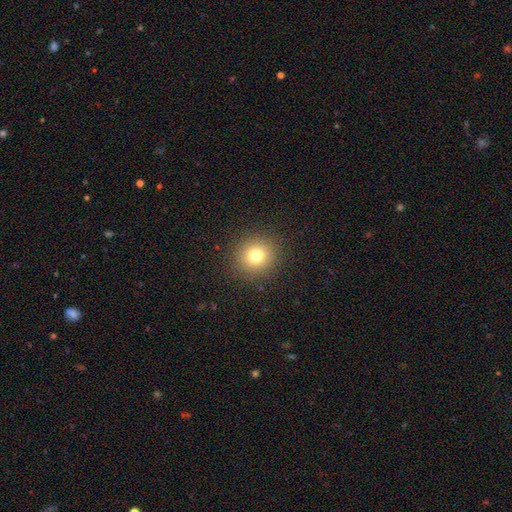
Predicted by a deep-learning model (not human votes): The model was most divided on "smooth or featured": smooth: 78%, star or artifact: 14%, featured or disk: 8%. More confident: merging — none (90%); how rounded — round (88%).